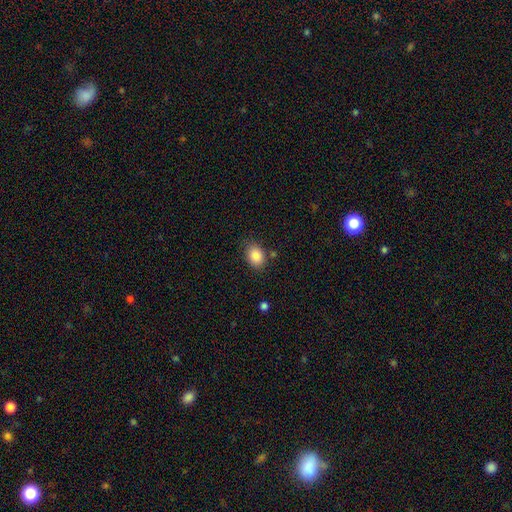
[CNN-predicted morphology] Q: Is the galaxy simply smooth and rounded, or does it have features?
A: smooth — 87%.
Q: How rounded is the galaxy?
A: in between — 74%.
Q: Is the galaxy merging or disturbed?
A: none — 75%.